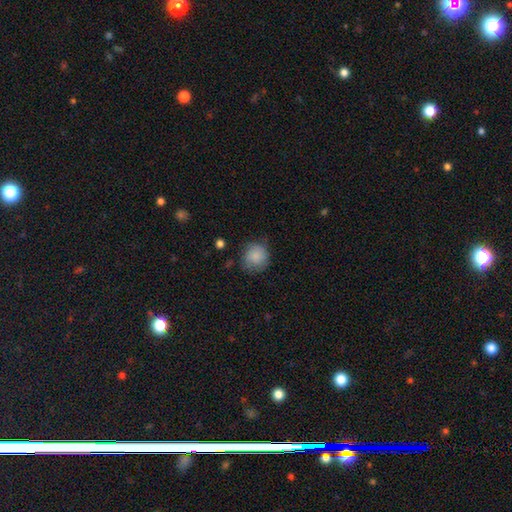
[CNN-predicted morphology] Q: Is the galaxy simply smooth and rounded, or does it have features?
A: smooth — 81%.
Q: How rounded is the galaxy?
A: round — 87%.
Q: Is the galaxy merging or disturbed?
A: none — 71%.